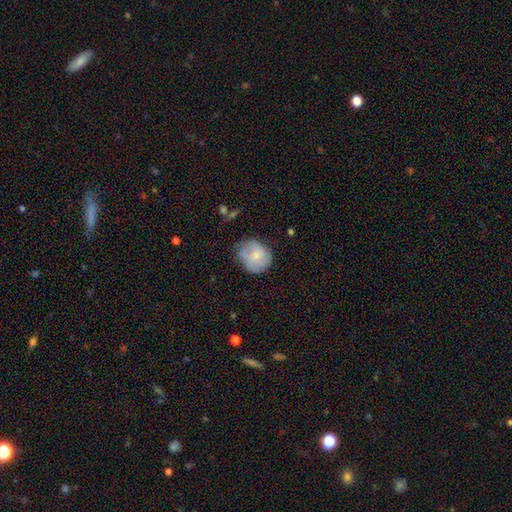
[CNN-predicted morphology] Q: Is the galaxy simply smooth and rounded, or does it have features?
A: smooth — 55%.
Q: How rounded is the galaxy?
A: round — 80%.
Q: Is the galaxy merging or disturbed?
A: none — 67%.